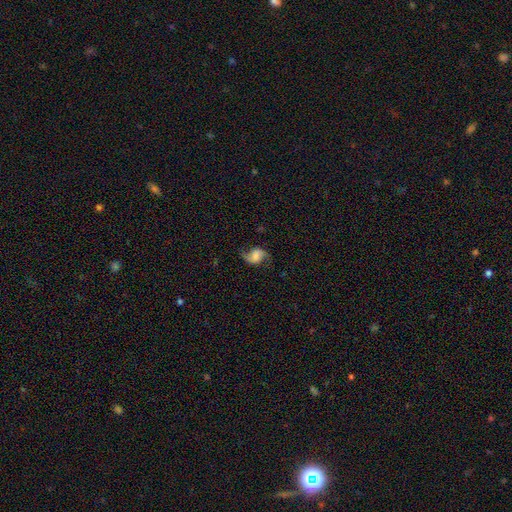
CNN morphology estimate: A featured or disk galaxy (70%) with no bar (47%), 2 (90%) loose (66%) spiral arms (94%) and a moderate central bulge (27%). Merging: none (72%).